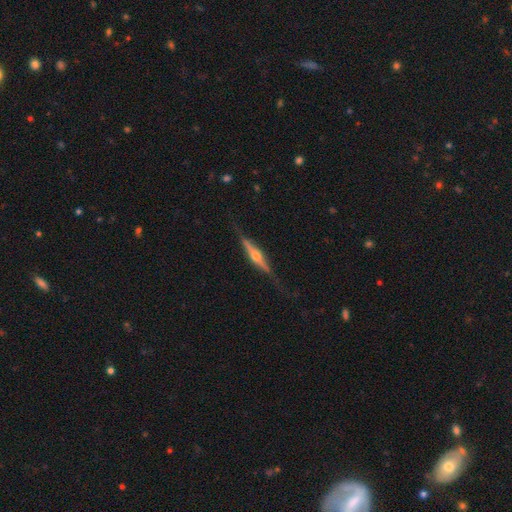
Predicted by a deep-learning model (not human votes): A featured or disk galaxy (80%) viewed edge-on (96%) with a rounded central bulge (93%).

Vote fractions:
- Smooth or featured? featured or disk: 80% / smooth: 15% / star or artifact: 5%
- Edge-on disk? yes: 96% / no: 4%
- Edge-on bulge? rounded: 93% / boxy: 4% / none: 3%
- Merging? none: 77% / minor disturbance: 16% / major disturbance: 5% / merger: 1%